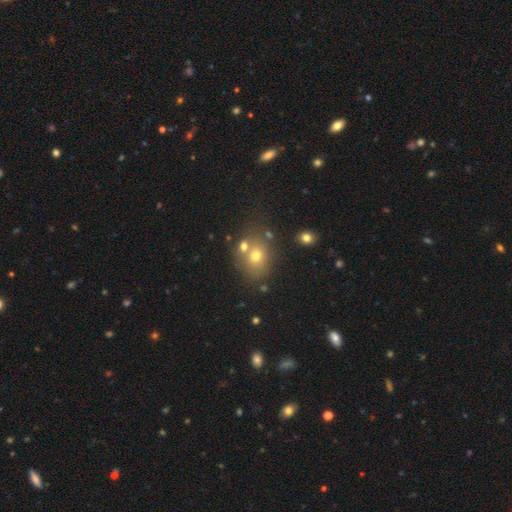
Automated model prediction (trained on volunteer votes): Smooth or featured? smooth (67%)
How rounded? round (60%)
Merging? none (58%)